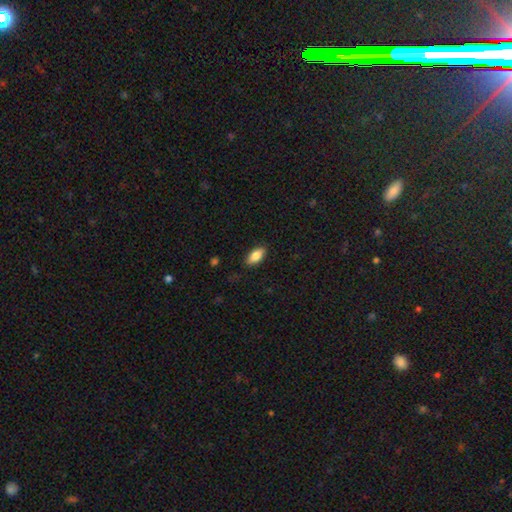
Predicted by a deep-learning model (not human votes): Overall: smooth (84%). How rounded: in between (90%). Merging: none (85%).